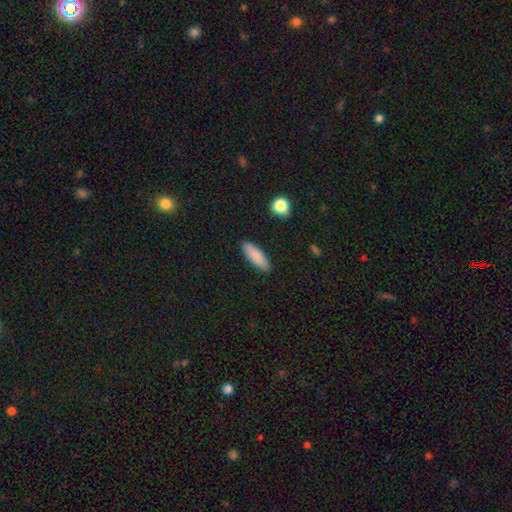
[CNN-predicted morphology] Q: Smooth or featured?
A: smooth (88%); runner-up: featured or disk (6%)
Q: How rounded?
A: in between (56%); runner-up: cigar-shaped (42%)
Q: Merging?
A: none (90%); runner-up: minor disturbance (7%)